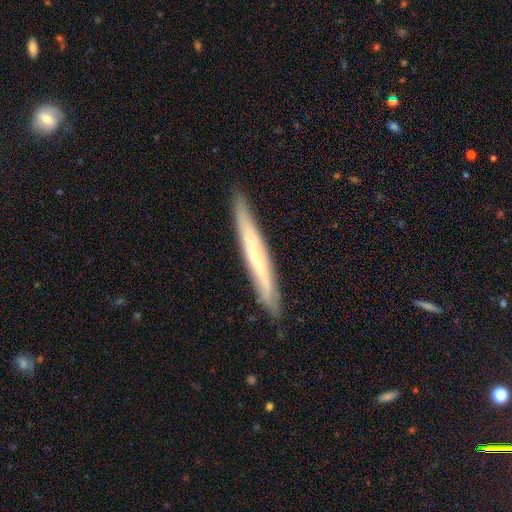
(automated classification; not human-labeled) Smooth or featured: featured or disk — 52% (smooth — 42%)
Edge-on disk: yes — 90% (no — 10%)
Merging: none — 89% (minor disturbance — 9%)